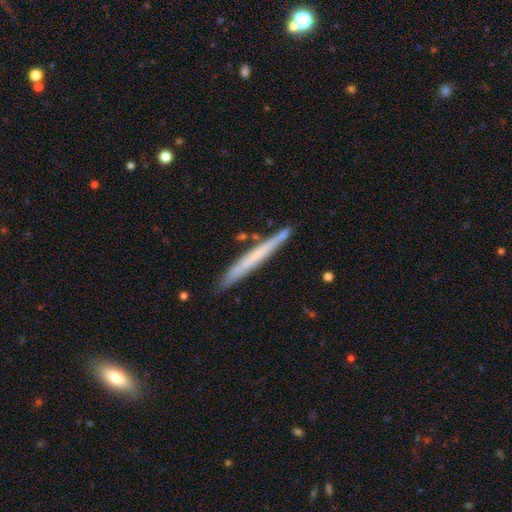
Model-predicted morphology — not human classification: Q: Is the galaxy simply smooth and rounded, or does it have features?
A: smooth — 49%.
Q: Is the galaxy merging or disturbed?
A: none — 84%.